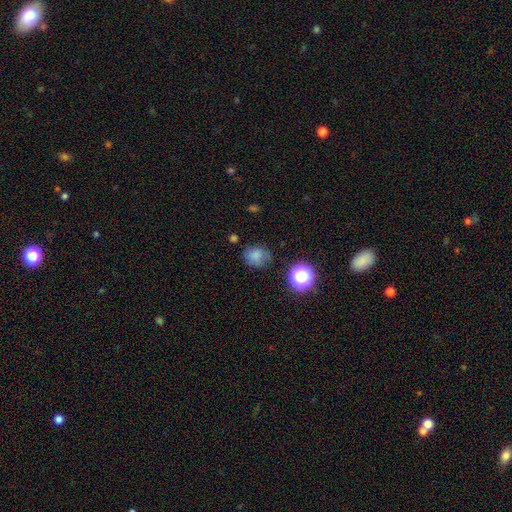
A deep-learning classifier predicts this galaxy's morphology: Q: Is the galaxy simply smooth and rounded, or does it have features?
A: smooth — 75%.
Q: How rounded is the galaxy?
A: round — 66%.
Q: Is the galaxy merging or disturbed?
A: none — 65%.